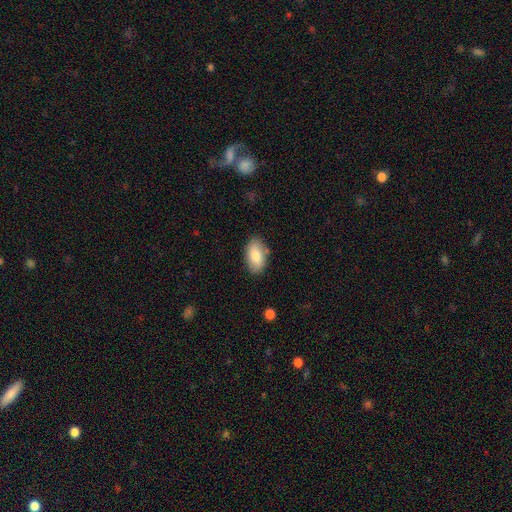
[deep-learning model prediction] Smooth or featured: smooth — 81% (featured or disk — 13%)
How rounded: in between — 94% (round — 4%)
Merging: none — 83% (minor disturbance — 12%)